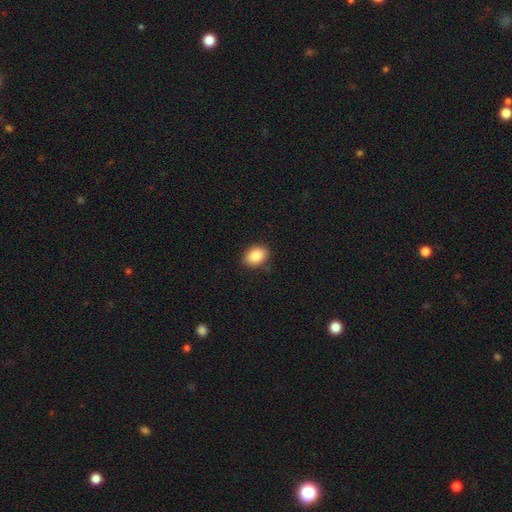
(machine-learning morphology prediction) Smooth or featured? smooth (88%)
How rounded? in between (79%)
Merging? none (88%)